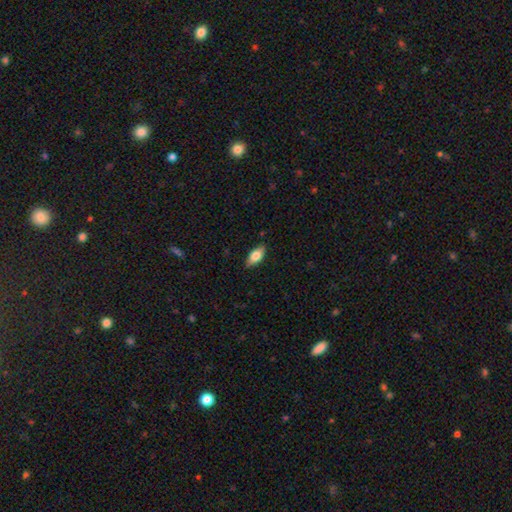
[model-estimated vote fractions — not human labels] Q: Smooth or featured?
A: smooth (75%); runner-up: featured or disk (19%)
Q: How rounded?
A: in between (87%); runner-up: cigar-shaped (10%)
Q: Merging?
A: none (85%); runner-up: minor disturbance (12%)